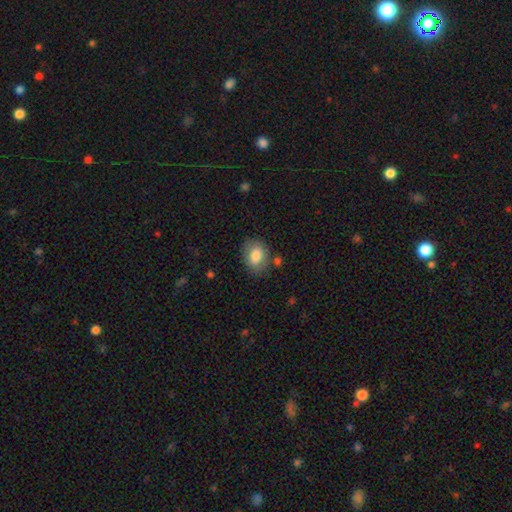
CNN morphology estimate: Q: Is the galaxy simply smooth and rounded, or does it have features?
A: smooth — 81%.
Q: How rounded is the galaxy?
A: in between — 64%.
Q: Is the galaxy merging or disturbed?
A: none — 75%.